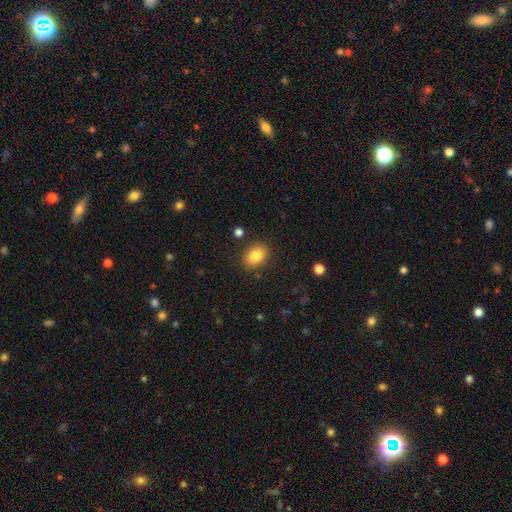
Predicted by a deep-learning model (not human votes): Smooth or featured: smooth — 85% (star or artifact — 9%)
How rounded: in between — 75% (round — 24%)
Merging: none — 85% (minor disturbance — 10%)